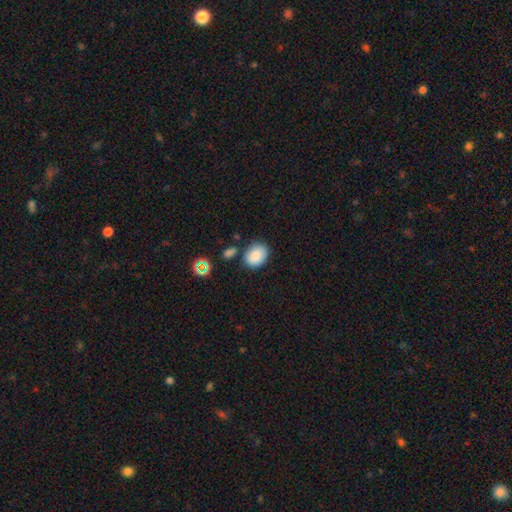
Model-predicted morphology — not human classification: Smooth or featured? Predicted: smooth (p=0.85). How rounded? Predicted: in between (p=0.61). Merging? Predicted: none (p=0.73).